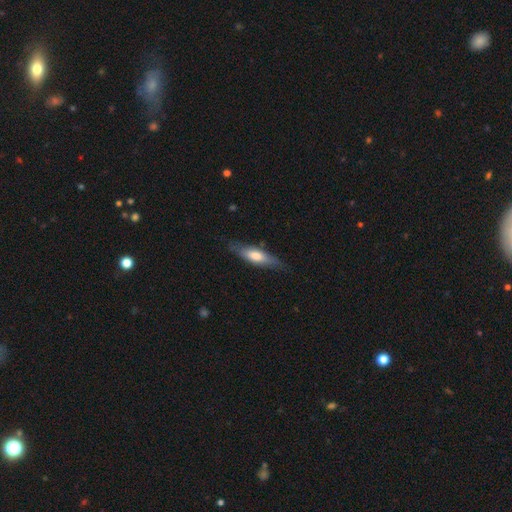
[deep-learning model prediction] Q: Smooth or featured?
A: smooth (59%); runner-up: featured or disk (35%)
Q: How rounded?
A: cigar-shaped (59%); runner-up: in between (39%)
Q: Merging?
A: none (76%); runner-up: minor disturbance (18%)